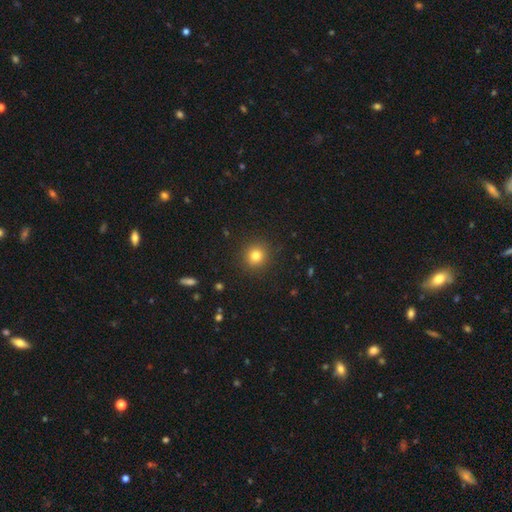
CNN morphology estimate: A smooth galaxy with no disk features (80%) that is round (92%). Merging: none (91%).